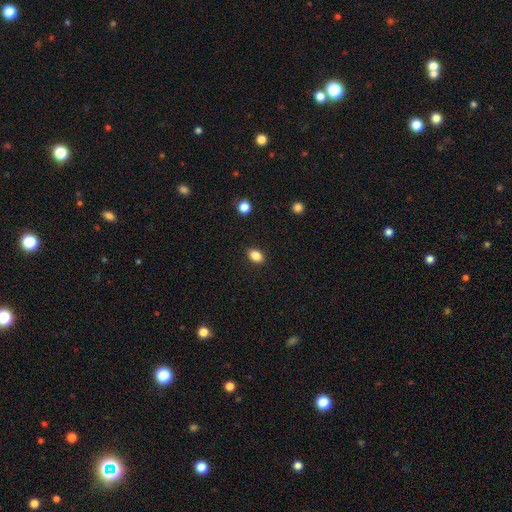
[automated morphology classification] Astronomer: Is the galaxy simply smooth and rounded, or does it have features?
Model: smooth — 86%.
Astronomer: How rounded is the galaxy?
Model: in between — 84%.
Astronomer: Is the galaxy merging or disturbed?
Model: none — 89%.